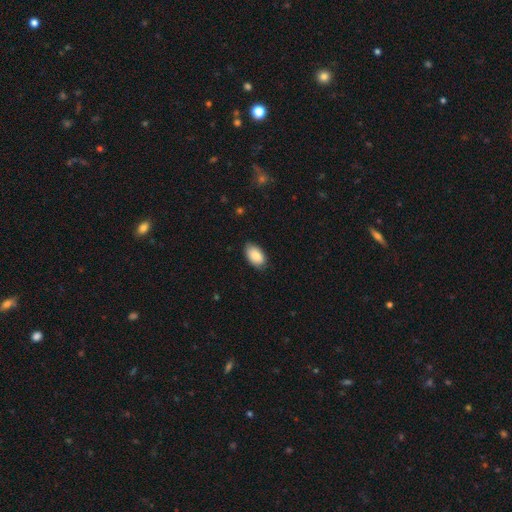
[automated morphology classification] Smooth or featured? smooth (87%)
How rounded? in between (94%)
Merging? none (80%)